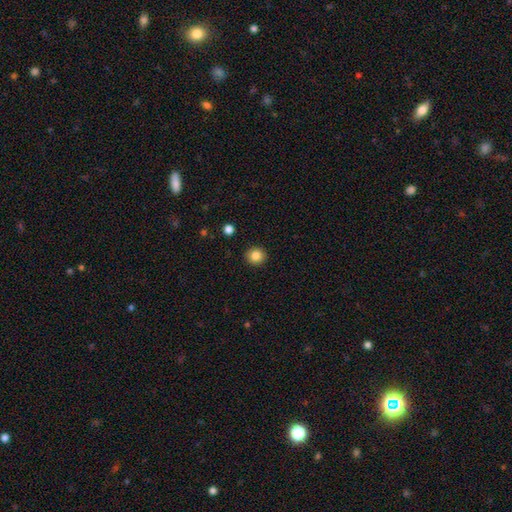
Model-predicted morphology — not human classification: Smooth or featured: smooth — 84% (star or artifact — 10%)
How rounded: round — 92% (in between — 7%)
Merging: none — 93% (minor disturbance — 5%)